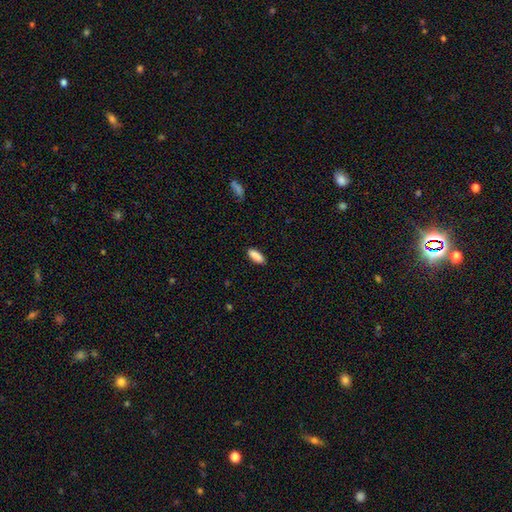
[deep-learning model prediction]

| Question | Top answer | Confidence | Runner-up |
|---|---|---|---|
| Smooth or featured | smooth | 89% | star or artifact (6%) |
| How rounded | in between | 67% | cigar-shaped (31%) |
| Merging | none | 89% | minor disturbance (8%) |